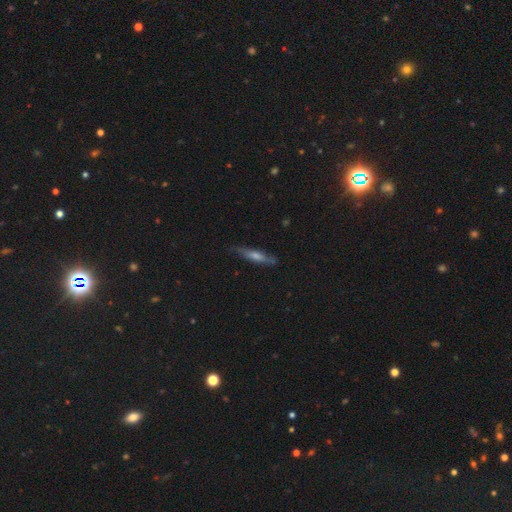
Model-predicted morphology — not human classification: type=featured or disk (57%); edge-on=yes (87%); merging=none (82%).